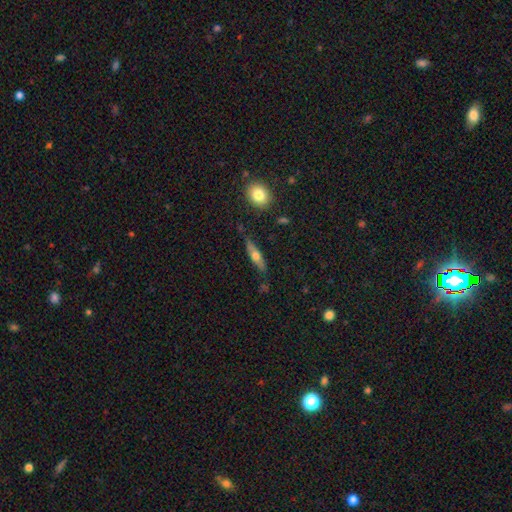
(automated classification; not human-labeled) Overall: featured or disk (48%; smooth 46%). Merging: none (80%).